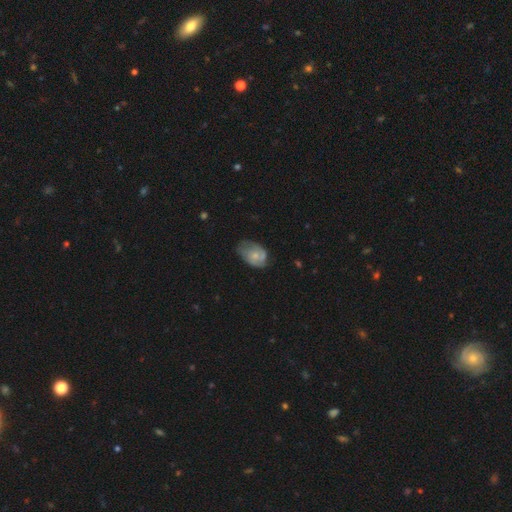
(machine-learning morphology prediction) This is possibly a smooth galaxy (48%). Merging: marginally none (43%).